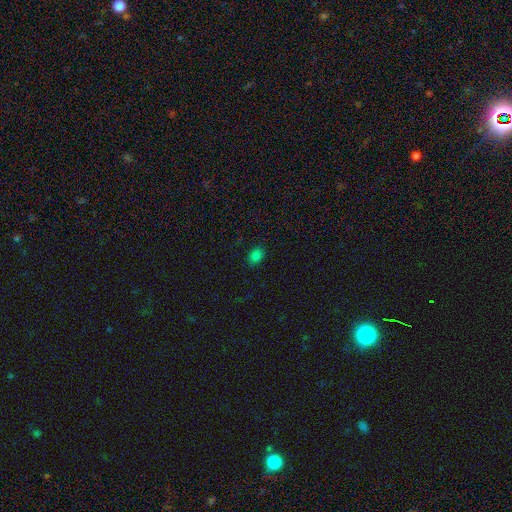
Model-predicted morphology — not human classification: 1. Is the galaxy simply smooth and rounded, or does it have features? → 81% smooth, 14% star or artifact, 5% featured or disk.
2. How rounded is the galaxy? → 67% in between, 32% round, 1% cigar-shaped.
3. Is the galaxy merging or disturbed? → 88% none, 9% minor disturbance, 2% major disturbance, 1% merger.